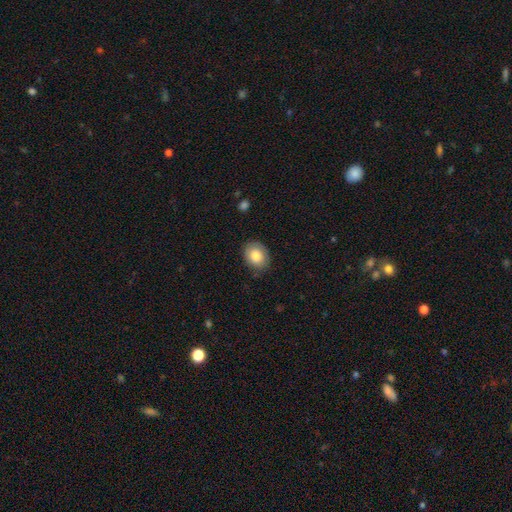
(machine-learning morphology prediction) Smooth or featured? smooth (83%)
How rounded? in between (57%)
Merging? none (82%)